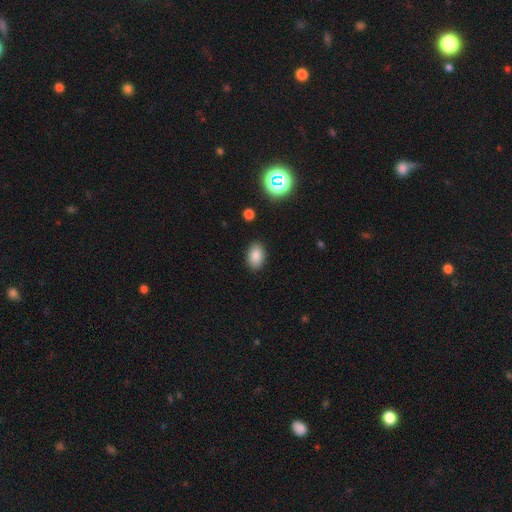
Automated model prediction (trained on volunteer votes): A smooth galaxy with no disk features (84%) that is in between round and cigar-shaped (87%).

Vote fractions:
- Smooth or featured? smooth: 84% / star or artifact: 11% / featured or disk: 5%
- How rounded? in between: 87% / round: 12% / cigar-shaped: 1%
- Merging? none: 88% / minor disturbance: 9% / major disturbance: 2% / merger: 1%